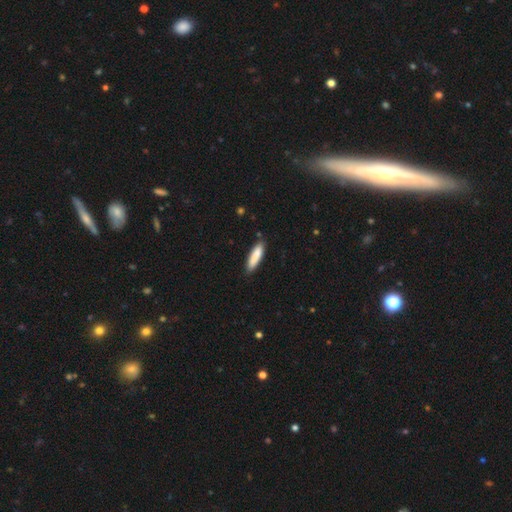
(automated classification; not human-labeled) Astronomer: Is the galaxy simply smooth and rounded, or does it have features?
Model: smooth — 85%.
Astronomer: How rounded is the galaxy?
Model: cigar-shaped — 73%.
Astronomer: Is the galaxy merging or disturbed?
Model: none — 84%.